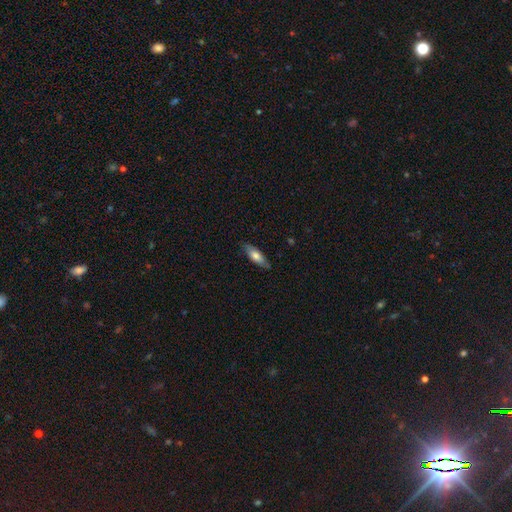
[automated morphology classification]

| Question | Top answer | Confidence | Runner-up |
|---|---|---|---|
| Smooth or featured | smooth | 66% | featured or disk (28%) |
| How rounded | in between | 59% | cigar-shaped (39%) |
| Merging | none | 82% | minor disturbance (14%) |